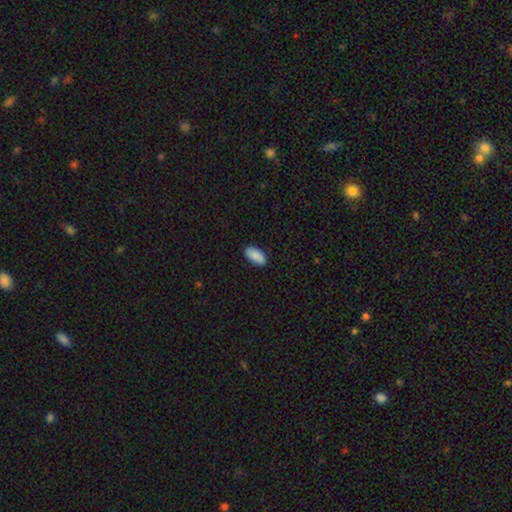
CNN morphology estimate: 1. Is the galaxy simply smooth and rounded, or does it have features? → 90% smooth, 6% star or artifact, 4% featured or disk.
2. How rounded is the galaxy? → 93% in between, 4% cigar-shaped, 2% round.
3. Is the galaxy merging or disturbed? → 89% none, 9% minor disturbance, 2% major disturbance, 1% merger.